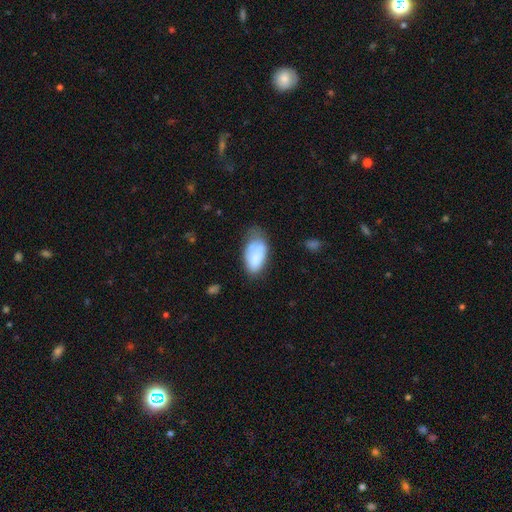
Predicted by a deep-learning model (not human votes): Q: Smooth or featured?
A: smooth (73%); runner-up: featured or disk (20%)
Q: How rounded?
A: in between (94%); runner-up: round (3%)
Q: Merging?
A: none (39%); runner-up: minor disturbance (37%)